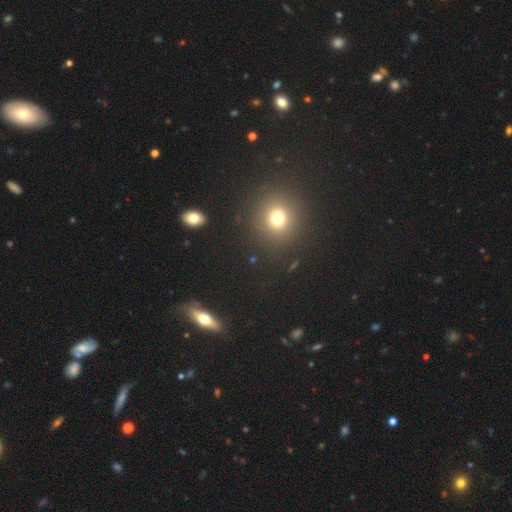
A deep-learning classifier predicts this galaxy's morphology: This is possibly a smooth galaxy (58%). How rounded: clearly round (87%). Merging: clearly none (91%).